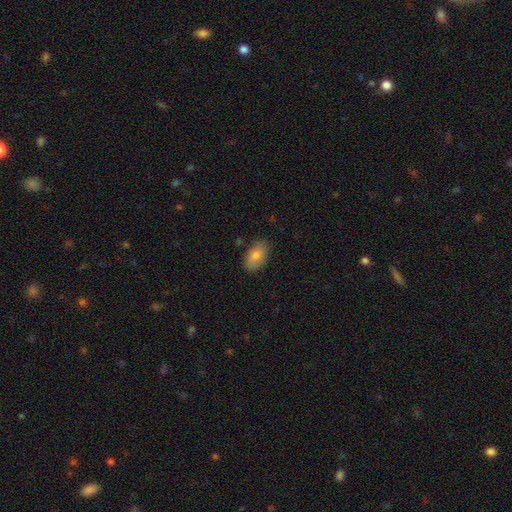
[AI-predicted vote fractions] Smooth or featured?
  - smooth: 82% *
  - featured or disk: 11%
  - star or artifact: 7%
How rounded?
  - in between: 93% *
  - round: 5%
  - cigar-shaped: 2%
Merging?
  - none: 84% *
  - minor disturbance: 12%
  - major disturbance: 3%
  - merger: 1%